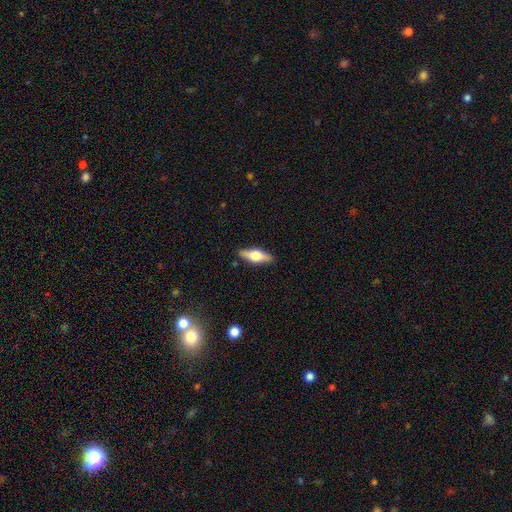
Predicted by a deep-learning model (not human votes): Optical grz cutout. It shows a featured or disk galaxy (50%) viewed edge-on (92%). Merging: none (88%).